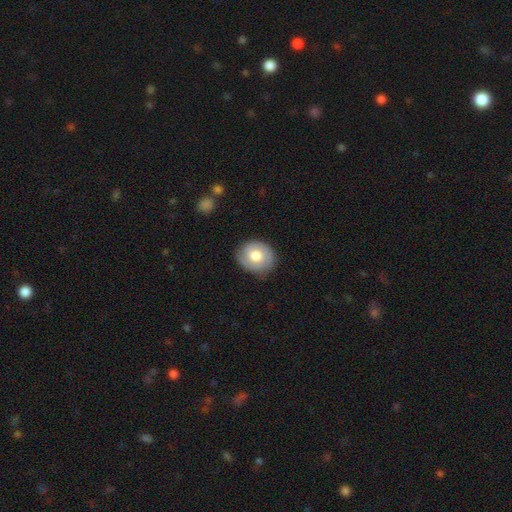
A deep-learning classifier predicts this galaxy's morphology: The model was most divided on "smooth or featured": smooth: 64%, featured or disk: 30%, star or artifact: 7%. More confident: merging — none (81%); how rounded — round (67%).